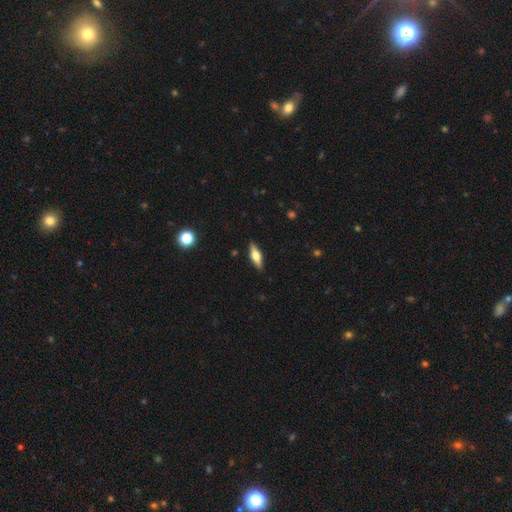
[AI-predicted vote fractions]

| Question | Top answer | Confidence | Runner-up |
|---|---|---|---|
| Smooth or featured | featured or disk | 50% | smooth (44%) |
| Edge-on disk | yes | 93% | no (7%) |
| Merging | none | 89% | minor disturbance (8%) |